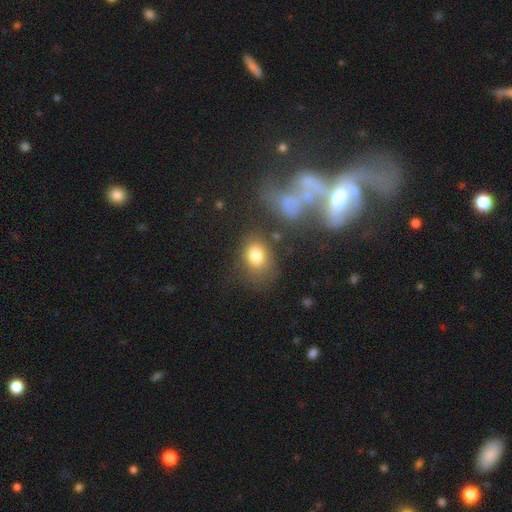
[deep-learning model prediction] Morphology: type=smooth (79%); roundness=in between (59%); merging=none (64%).